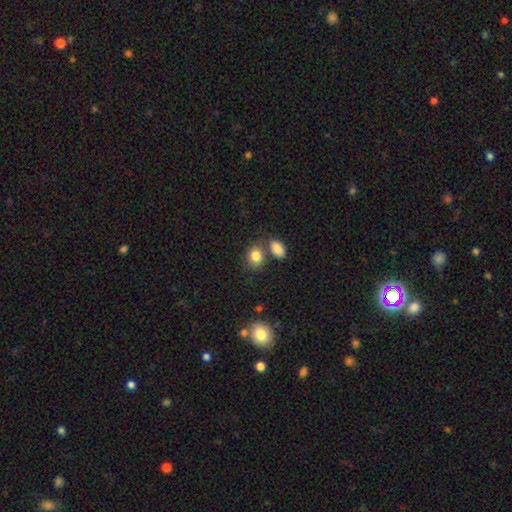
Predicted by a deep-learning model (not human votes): Q: Smooth or featured?
A: smooth (84%); runner-up: star or artifact (9%)
Q: How rounded?
A: in between (52%); runner-up: round (47%)
Q: Merging?
A: none (57%); runner-up: merger (26%)